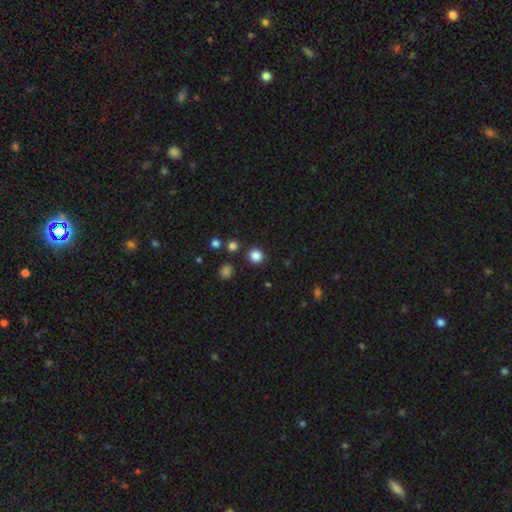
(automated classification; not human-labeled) Smooth or featured?
  - smooth: 84% *
  - star or artifact: 13%
  - featured or disk: 3%
How rounded?
  - round: 94% *
  - in between: 5%
  - cigar-shaped: 1%
Merging?
  - none: 89% *
  - minor disturbance: 5%
  - merger: 3%
  - major disturbance: 2%